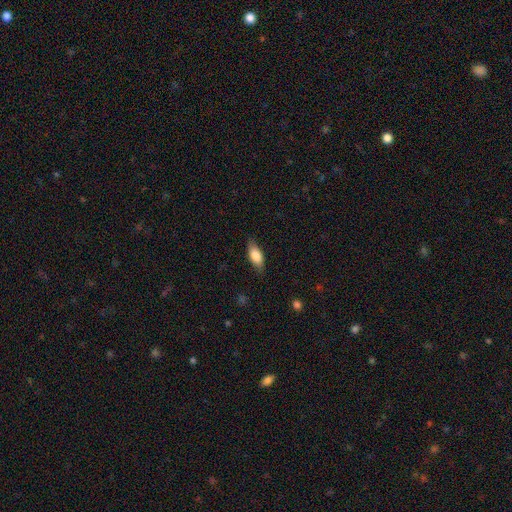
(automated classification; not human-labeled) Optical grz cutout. It shows a smooth galaxy with no disk features (79%) that is in between round and cigar-shaped (79%). Merging: none (81%).